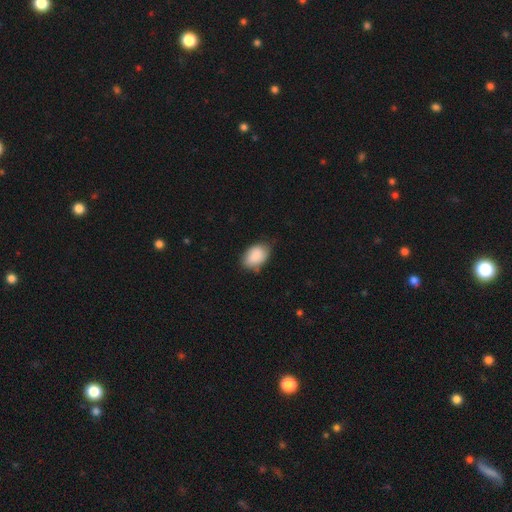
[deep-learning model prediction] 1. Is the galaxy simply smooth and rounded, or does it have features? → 88% smooth, 6% star or artifact, 6% featured or disk.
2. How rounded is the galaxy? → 87% in between, 12% round, 1% cigar-shaped.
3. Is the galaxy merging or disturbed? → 66% none, 28% minor disturbance, 5% major disturbance, 2% merger.